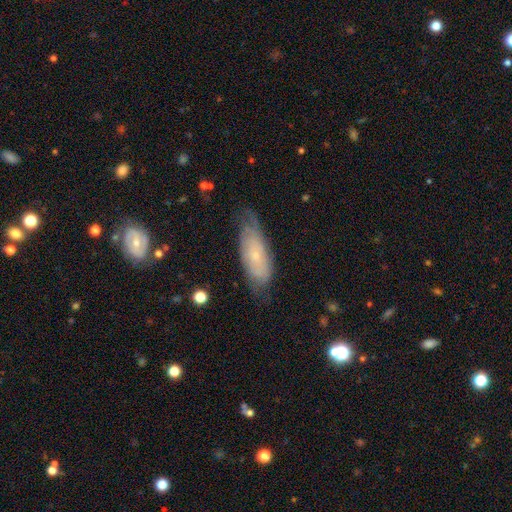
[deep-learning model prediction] Q: Smooth or featured?
A: featured or disk (50%); runner-up: smooth (42%)
Q: Merging?
A: none (60%); runner-up: minor disturbance (29%)